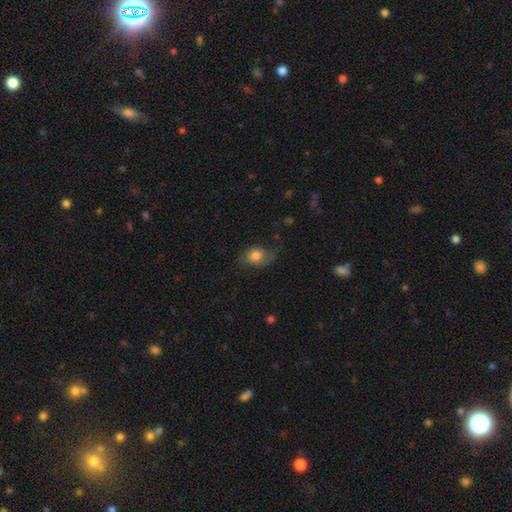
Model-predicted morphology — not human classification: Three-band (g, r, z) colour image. It shows a smooth galaxy with no disk features (74%) that is in between round and cigar-shaped (59%). Merging: none (49%).